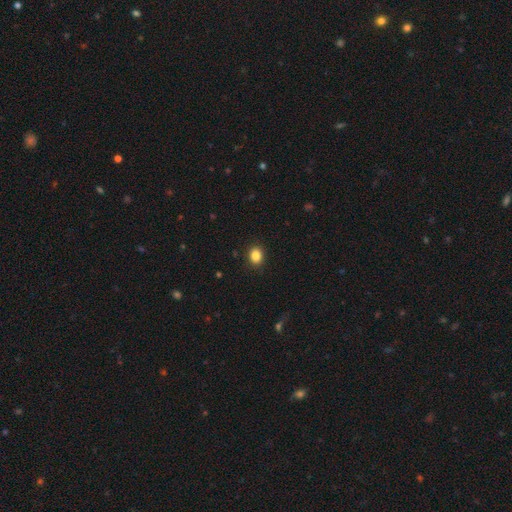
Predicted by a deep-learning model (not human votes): smooth_or_featured: smooth (p=0.86) [alt: star or artifact p=0.10]
how_rounded: round (p=0.55) [alt: in between p=0.45]
merging: none (p=0.91) [alt: minor disturbance p=0.07]